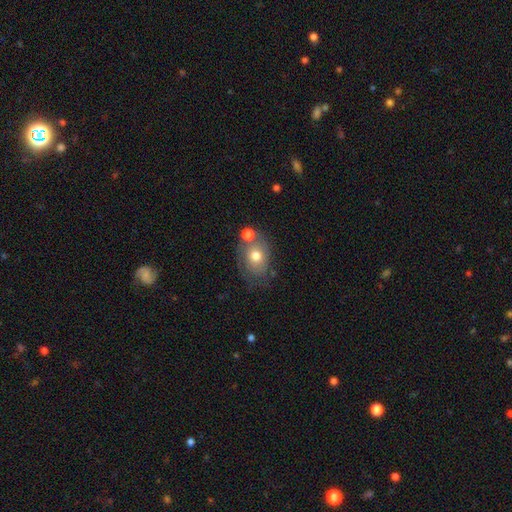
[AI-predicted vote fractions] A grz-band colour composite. It shows a smooth galaxy with no disk features (66%) that is in between round and cigar-shaped (61%). Merging: none (50%).